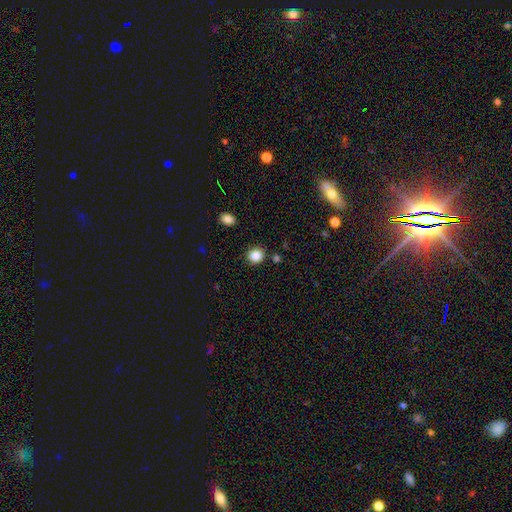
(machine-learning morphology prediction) A smooth galaxy with no disk features (87%) that is round (84%). Merging: none (85%).